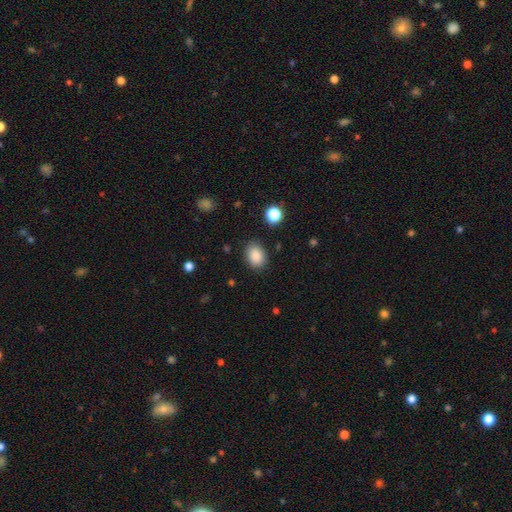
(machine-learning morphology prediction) Smooth or featured: smooth — 87% (star or artifact — 9%)
How rounded: in between — 72% (round — 27%)
Merging: none — 84% (minor disturbance — 11%)